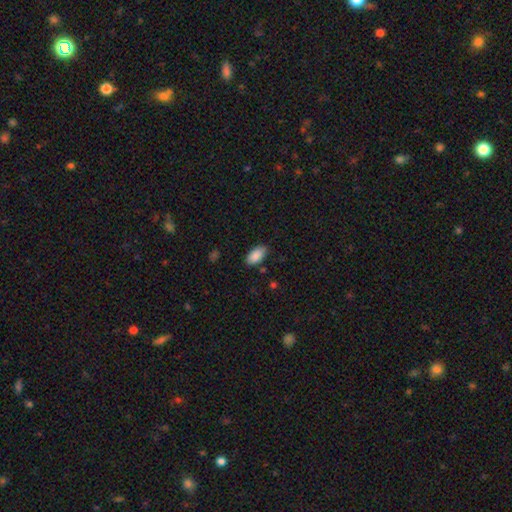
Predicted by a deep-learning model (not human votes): smooth-or-featured: smooth: 88% | star or artifact: 7% | featured or disk: 5%
  how-rounded: in between: 94% | cigar-shaped: 3% | round: 3%
  merging: none: 81% | minor disturbance: 15% | major disturbance: 3% | merger: 2%